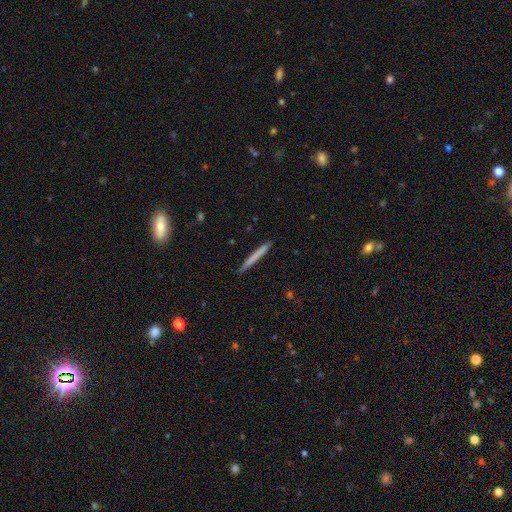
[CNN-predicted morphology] type=smooth (65%); roundness=cigar-shaped (97%); merging=none (92%).